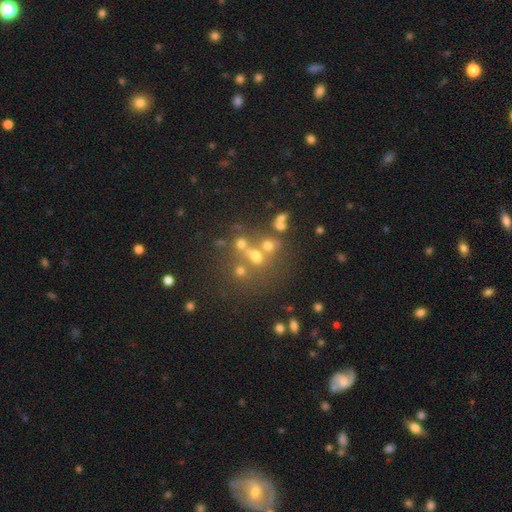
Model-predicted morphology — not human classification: smooth_or_featured: smooth (p=0.45) [alt: star or artifact p=0.31]
merging: none (p=0.46) [alt: merger p=0.38]